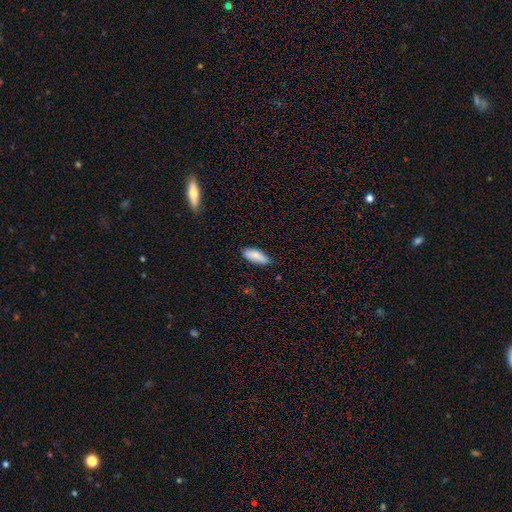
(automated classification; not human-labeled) Q: Smooth or featured?
A: smooth (84%); runner-up: featured or disk (10%)
Q: How rounded?
A: in between (75%); runner-up: cigar-shaped (23%)
Q: Merging?
A: none (74%); runner-up: minor disturbance (22%)